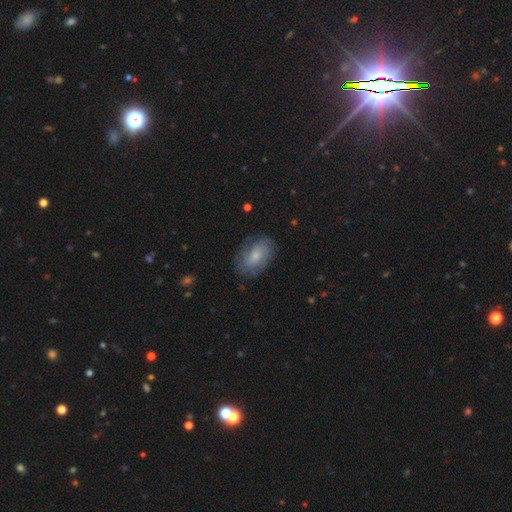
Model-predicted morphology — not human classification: Smooth or featured?
  - featured or disk: 52% *
  - smooth: 40%
  - star or artifact: 8%
Edge-on disk?
  - no: 96% *
  - yes: 4%
Bar?
  - no: 70% *
  - weak: 26%
  - strong: 4%
Spiral arms?
  - yes: 82% *
  - no: 18%
Bulge size?
  - small: 54% *
  - moderate: 34%
  - none: 7%
  - large: 4%
  - dominant: 1%
Merging?
  - none: 76% *
  - minor disturbance: 17%
  - major disturbance: 6%
  - merger: 1%